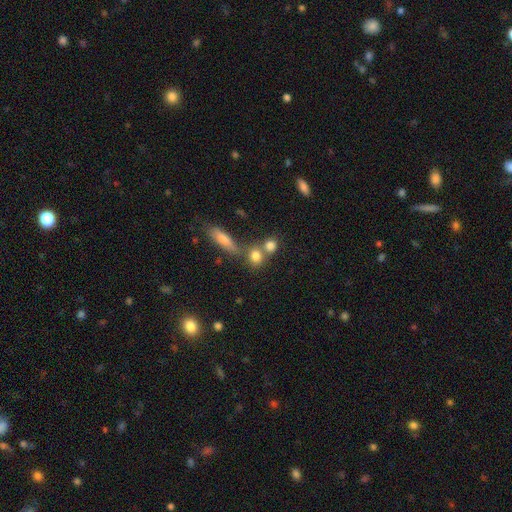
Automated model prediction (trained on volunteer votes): Smooth or featured? Predicted: smooth (p=0.78). How rounded? Predicted: round (p=0.65). Merging? Predicted: none (p=0.50).